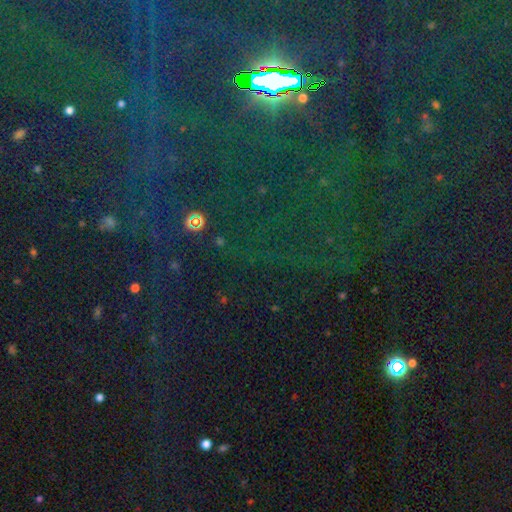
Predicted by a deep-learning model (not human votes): A star or artifact, not a galaxy (83%).